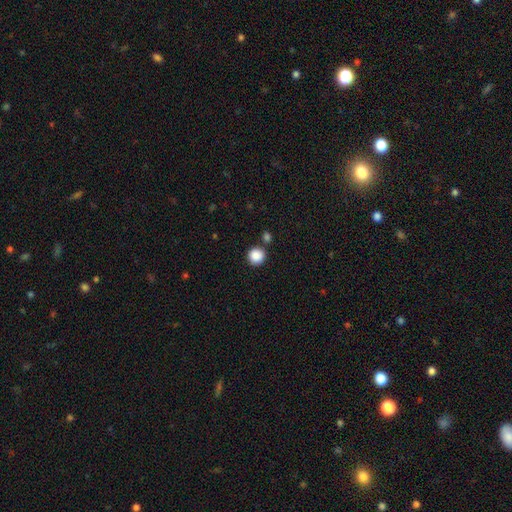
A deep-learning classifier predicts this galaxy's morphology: smooth 88%, star or artifact 9%, featured or disk 3%. Down the decision tree: how rounded — round (93%); merging — none (81%).